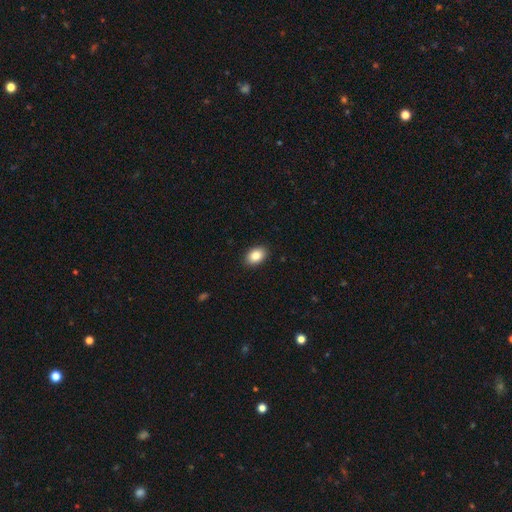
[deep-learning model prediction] This appears to be a smooth galaxy with no disk features (86%) that is in between round and cigar-shaped (83%). Merging: none (90%).